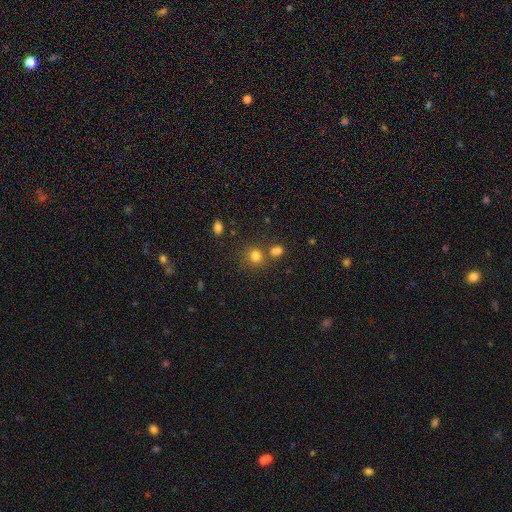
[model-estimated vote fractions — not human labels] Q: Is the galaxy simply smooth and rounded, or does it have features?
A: smooth — 78%.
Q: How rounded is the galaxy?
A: round — 82%.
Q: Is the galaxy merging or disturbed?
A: none — 66%.